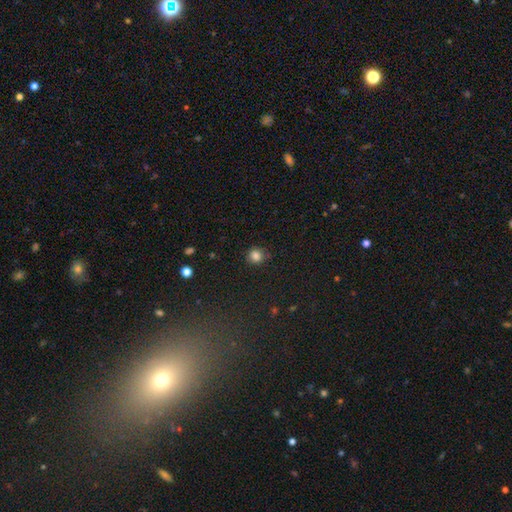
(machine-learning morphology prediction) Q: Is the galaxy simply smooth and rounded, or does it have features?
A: smooth — 83%.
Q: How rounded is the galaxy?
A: round — 86%.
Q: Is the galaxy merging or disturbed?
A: none — 78%.